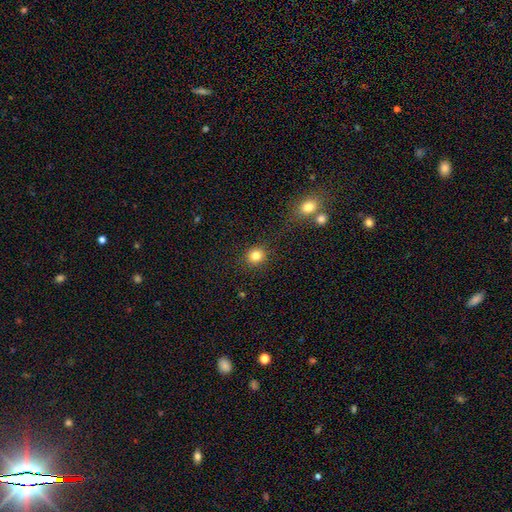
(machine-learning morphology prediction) Overall: smooth (82%). How rounded: round (85%). Merging: none (88%).